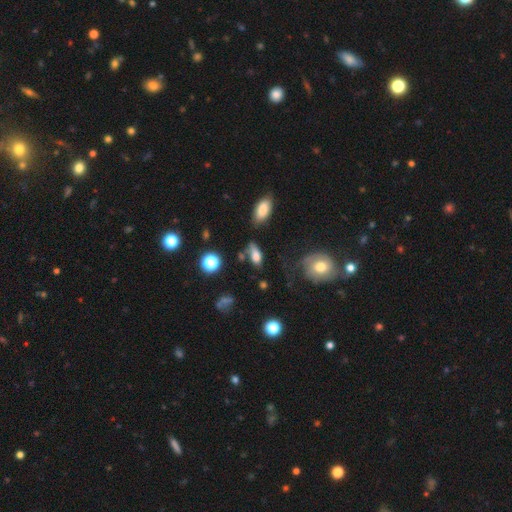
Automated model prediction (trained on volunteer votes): smooth 71%, featured or disk 17%, star or artifact 12%. Down the decision tree: how rounded — in between (78%); merging — none (47%).